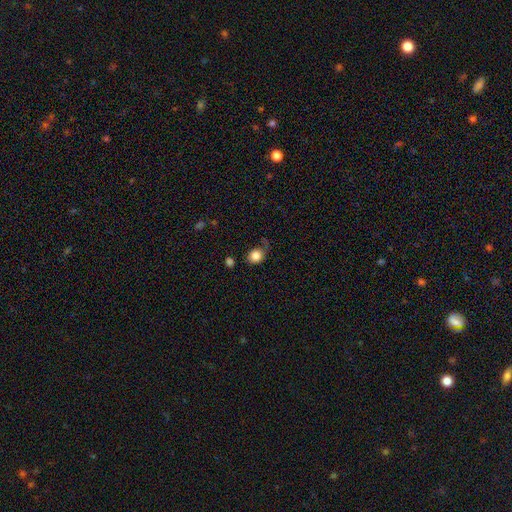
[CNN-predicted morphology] smooth 83%, star or artifact 9%, featured or disk 8%. Down the decision tree: how rounded — round (69%); merging — none (58%).